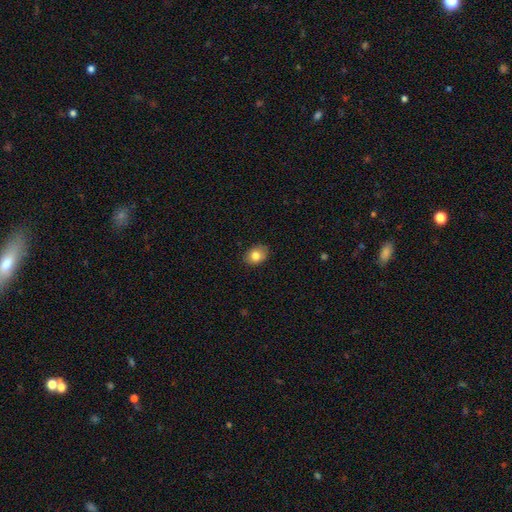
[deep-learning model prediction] Q: Smooth or featured?
A: smooth (81%); runner-up: featured or disk (10%)
Q: How rounded?
A: in between (68%); runner-up: round (31%)
Q: Merging?
A: none (85%); runner-up: minor disturbance (12%)